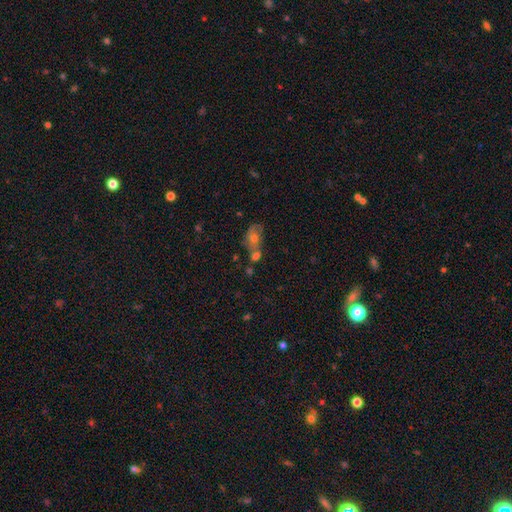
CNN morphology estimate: The model was most divided on "how rounded": in between: 60%, round: 37%, cigar-shaped: 3%. More confident: smooth or featured — smooth (66%); merging — merger (54%).